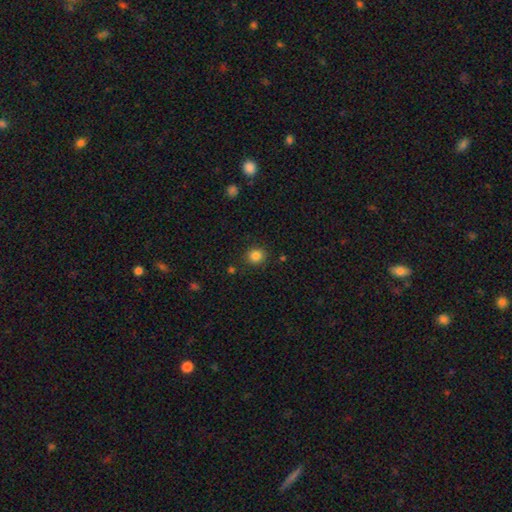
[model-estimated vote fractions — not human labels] smooth_or_featured: smooth (p=0.84) [alt: star or artifact p=0.12]
how_rounded: round (p=0.82) [alt: in between p=0.17]
merging: none (p=0.86) [alt: minor disturbance p=0.09]